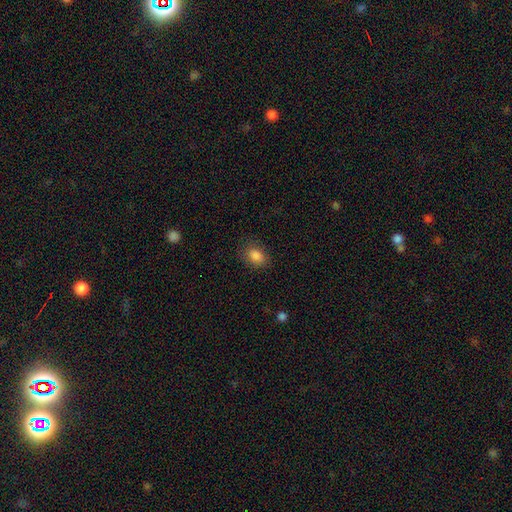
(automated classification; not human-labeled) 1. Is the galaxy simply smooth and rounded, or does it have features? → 86% smooth, 10% star or artifact, 4% featured or disk.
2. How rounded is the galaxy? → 77% in between, 22% round, 1% cigar-shaped.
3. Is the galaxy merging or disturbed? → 80% none, 15% minor disturbance, 4% major disturbance, 1% merger.